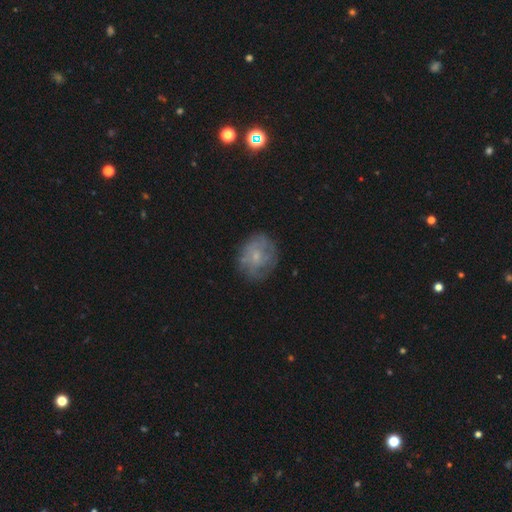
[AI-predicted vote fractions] A featured or disk galaxy (49%). Merging: none (72%).